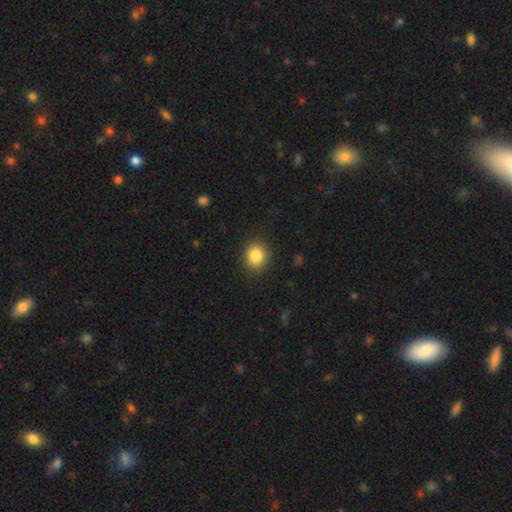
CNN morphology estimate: Smooth or featured: smooth — 85% (star or artifact — 10%)
How rounded: round — 75% (in between — 24%)
Merging: none — 88% (minor disturbance — 8%)